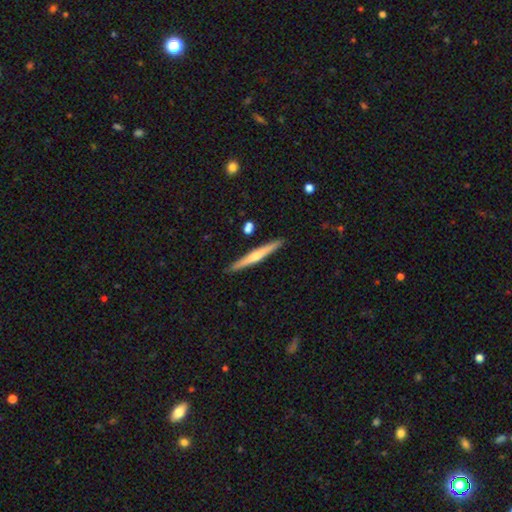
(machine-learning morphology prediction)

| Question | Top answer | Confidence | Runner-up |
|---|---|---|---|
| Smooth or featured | featured or disk | 56% | smooth (39%) |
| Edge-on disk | yes | 97% | no (3%) |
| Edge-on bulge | rounded | 74% | none (20%) |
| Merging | none | 90% | minor disturbance (7%) |